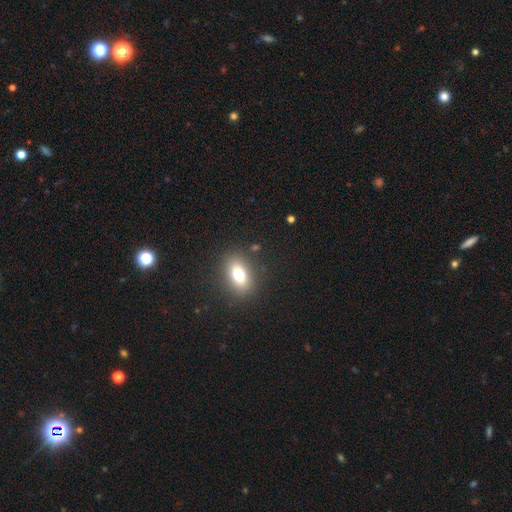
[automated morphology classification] Smooth or featured? Predicted: smooth (p=0.67). How rounded? Predicted: in between (p=0.71). Merging? Predicted: none (p=0.89).